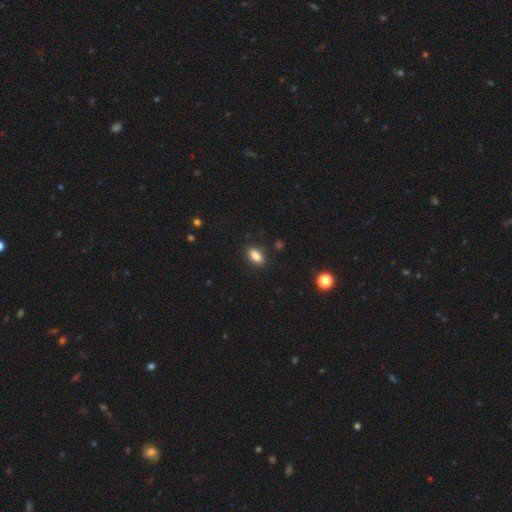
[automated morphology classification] A smooth galaxy with no disk features (85%) that is in between round and cigar-shaped (86%). Merging: none (85%).